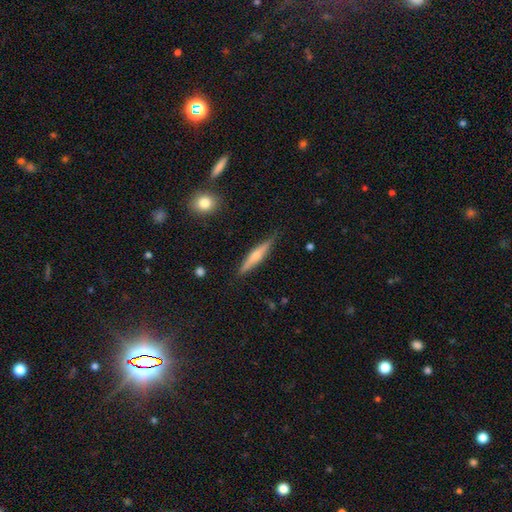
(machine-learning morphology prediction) The model was most divided on "smooth or featured": featured or disk: 52%, smooth: 42%, star or artifact: 6%. More confident: edge-on disk — yes (95%); merging — none (86%).